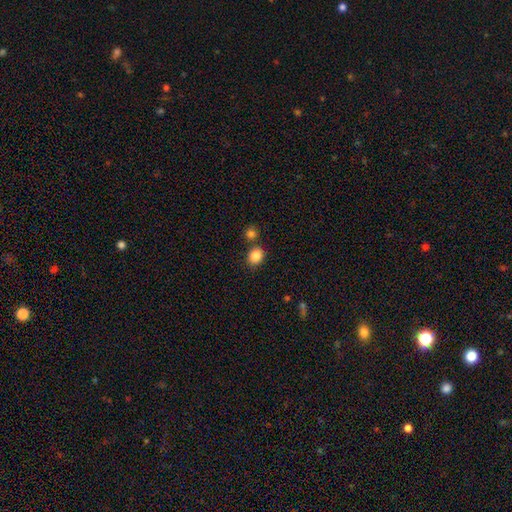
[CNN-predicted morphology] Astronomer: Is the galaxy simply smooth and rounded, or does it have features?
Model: smooth — 86%.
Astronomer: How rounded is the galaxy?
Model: round — 54% (runner-up: in between, 45%).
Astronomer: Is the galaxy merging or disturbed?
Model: none — 72%.